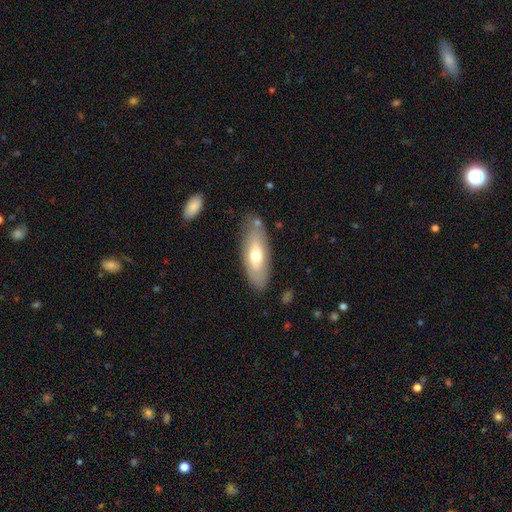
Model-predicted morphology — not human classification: smooth-or-featured: smooth: 61% | featured or disk: 33% | star or artifact: 6%
  how-rounded: in between: 73% | cigar-shaped: 25% | round: 2%
  merging: none: 78% | minor disturbance: 15% | major disturbance: 4% | merger: 3%